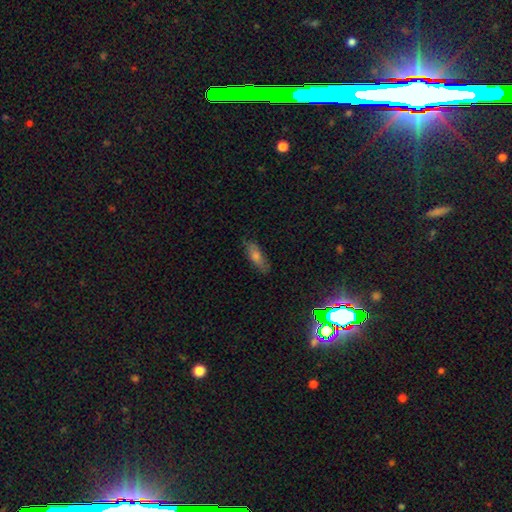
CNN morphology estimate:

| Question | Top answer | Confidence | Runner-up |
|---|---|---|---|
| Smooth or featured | smooth | 60% | featured or disk (25%) |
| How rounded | in between | 50% | cigar-shaped (46%) |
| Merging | none | 82% | minor disturbance (14%) |